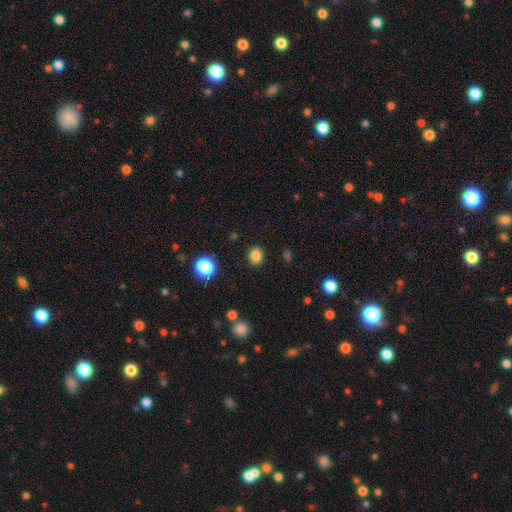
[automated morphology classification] smooth-or-featured: smooth: 83% | star or artifact: 13% | featured or disk: 4%
  how-rounded: round: 60% | in between: 39% | cigar-shaped: 1%
  merging: none: 89% | minor disturbance: 7% | major disturbance: 2% | merger: 2%